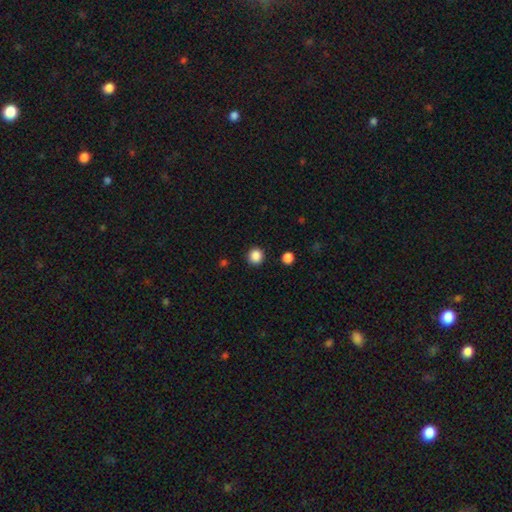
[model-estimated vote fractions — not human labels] smooth_or_featured: smooth (p=0.87) [alt: star or artifact p=0.11]
how_rounded: round (p=0.94) [alt: in between p=0.05]
merging: none (p=0.92) [alt: minor disturbance p=0.05]